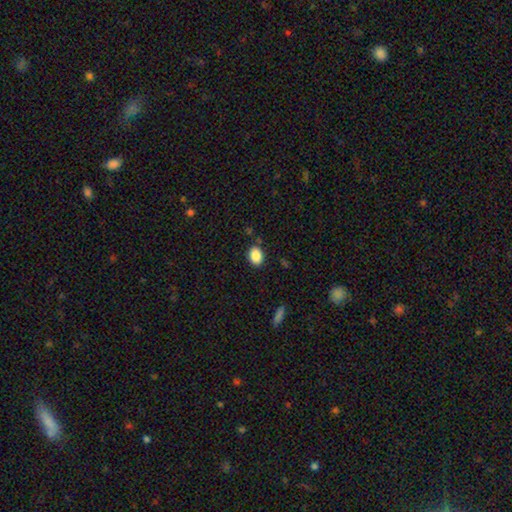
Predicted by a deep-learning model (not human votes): This is clearly a smooth galaxy (87%). How rounded: likely in between (71%). Merging: clearly none (84%).